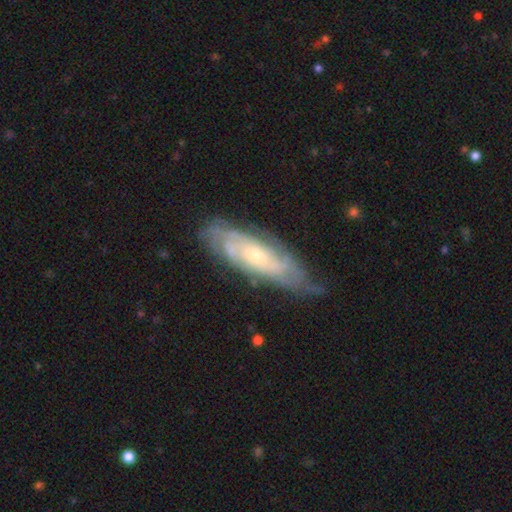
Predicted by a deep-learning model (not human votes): The model was most divided on "spiral arm count": can't tell: 55%, 2: 17%, 3: 10%, 4: 10%, more than 4: 5%, 1: 4%. More confident: spiral arms — yes (91%); edge-on disk — no (83%); smooth or featured — featured or disk (79%); bar — no (74%); merging — none (69%); spiral winding — tight (69%); bulge size — small (68%).